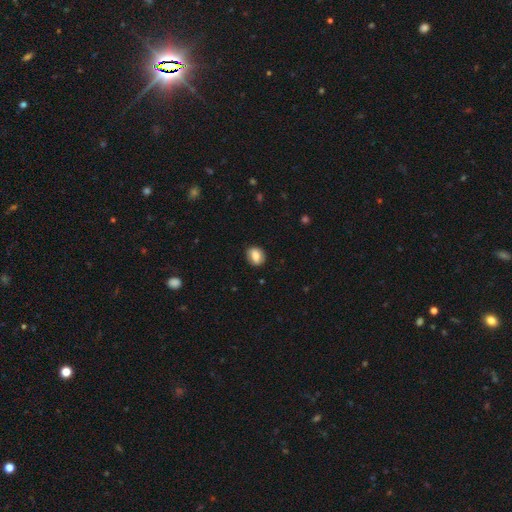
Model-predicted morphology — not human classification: The model was most divided on "how rounded": in between: 54%, round: 45%, cigar-shaped: 2%. More confident: merging — none (86%); smooth or featured — smooth (75%).